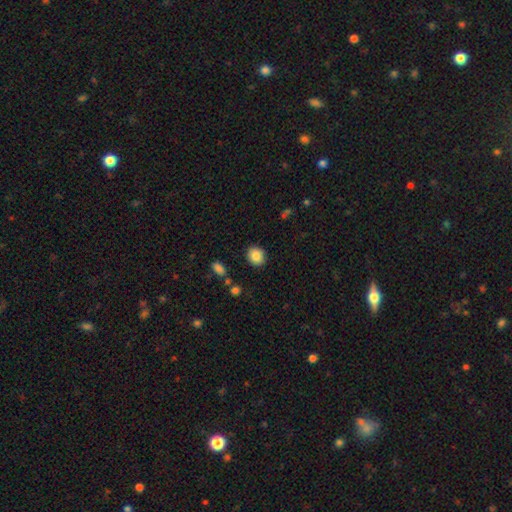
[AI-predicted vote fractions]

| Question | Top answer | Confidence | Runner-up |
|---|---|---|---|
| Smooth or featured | smooth | 86% | star or artifact (9%) |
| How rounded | round | 74% | in between (25%) |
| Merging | none | 89% | minor disturbance (7%) |